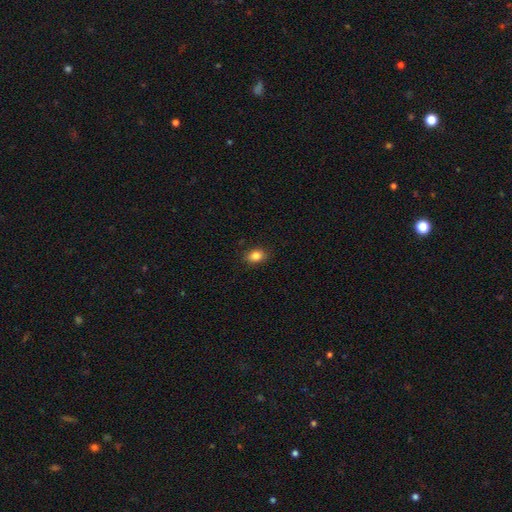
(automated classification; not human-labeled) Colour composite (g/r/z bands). It shows a smooth galaxy with no disk features (85%) that is in between round and cigar-shaped (72%). Merging: none (88%).